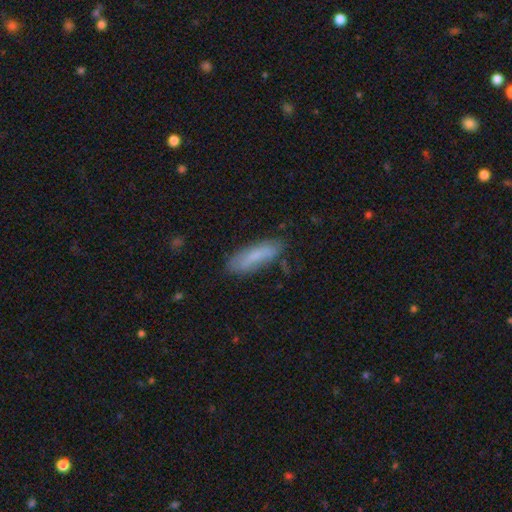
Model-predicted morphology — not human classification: Smooth or featured? smooth (69%)
How rounded? cigar-shaped (52%)
Merging? none (72%)